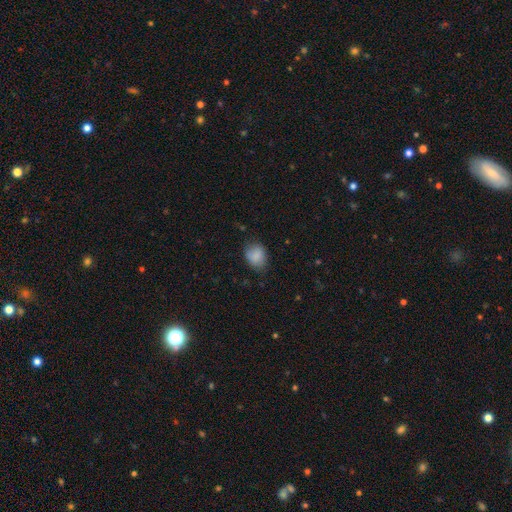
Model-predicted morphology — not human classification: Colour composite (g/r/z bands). It shows a smooth galaxy with no disk features (86%) that is in between round and cigar-shaped (57%). Merging: none (71%).